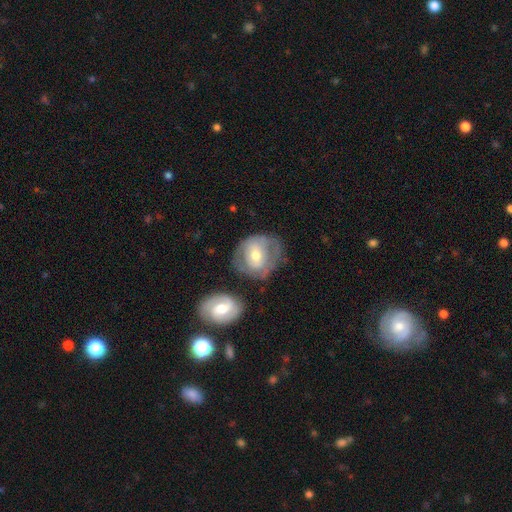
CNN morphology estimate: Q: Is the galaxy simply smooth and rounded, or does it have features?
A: featured or disk — 54%.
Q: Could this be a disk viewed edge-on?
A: no — 96%.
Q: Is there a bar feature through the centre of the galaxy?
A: no — 51%.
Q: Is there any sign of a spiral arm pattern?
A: yes — 56%.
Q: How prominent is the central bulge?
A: moderate — 67%.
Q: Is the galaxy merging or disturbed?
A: none — 53%.